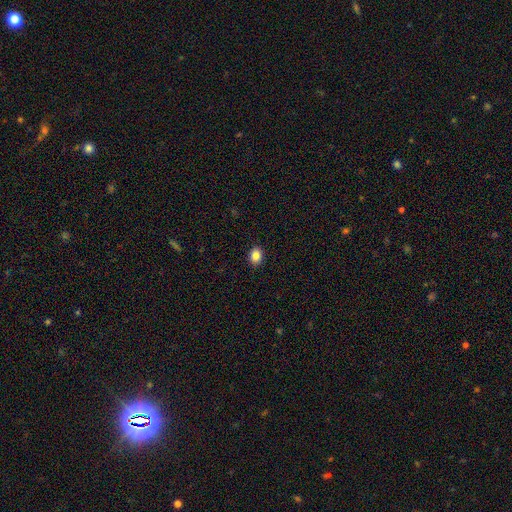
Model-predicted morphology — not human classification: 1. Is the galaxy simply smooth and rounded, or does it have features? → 87% smooth, 9% star or artifact, 4% featured or disk.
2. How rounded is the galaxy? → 60% in between, 39% round, 1% cigar-shaped.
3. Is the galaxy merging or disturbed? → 91% none, 6% minor disturbance, 2% major disturbance, 1% merger.